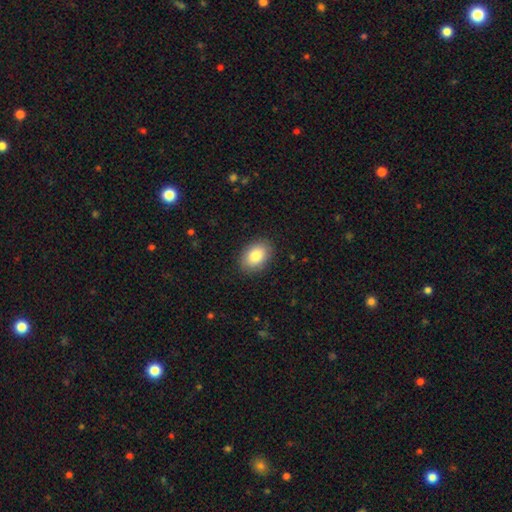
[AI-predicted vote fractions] smooth_or_featured: smooth (p=0.84) [alt: featured or disk p=0.09]
how_rounded: in between (p=0.84) [alt: round p=0.15]
merging: none (p=0.88) [alt: minor disturbance p=0.09]